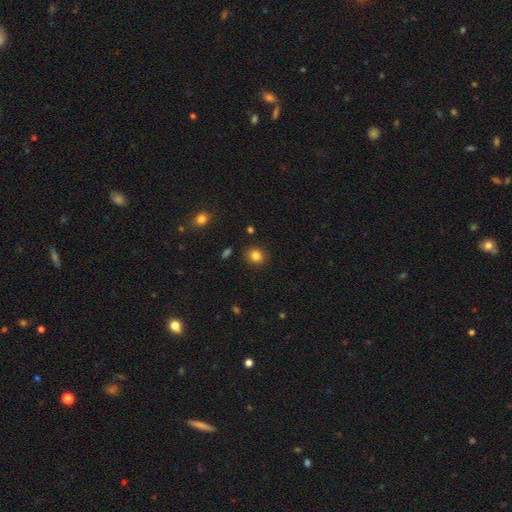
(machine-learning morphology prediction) A smooth galaxy with no disk features (83%) that is round (76%).

Vote fractions:
- Smooth or featured? smooth: 83% / star or artifact: 11% / featured or disk: 6%
- How rounded? round: 76% / in between: 24% / cigar-shaped: 1%
- Merging? none: 88% / minor disturbance: 8% / major disturbance: 2% / merger: 2%